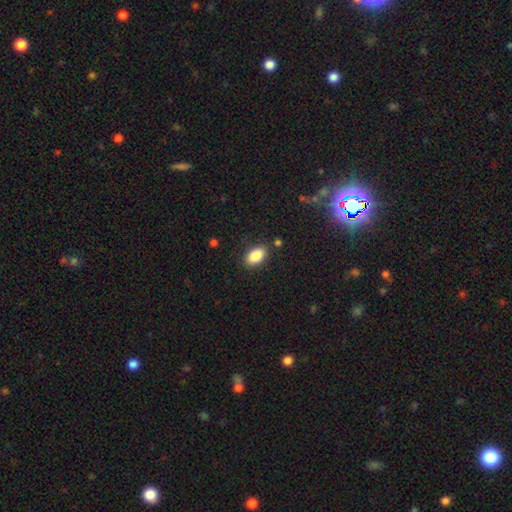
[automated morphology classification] Smooth or featured? Predicted: smooth (p=0.86). How rounded? Predicted: in between (p=0.91). Merging? Predicted: none (p=0.85).